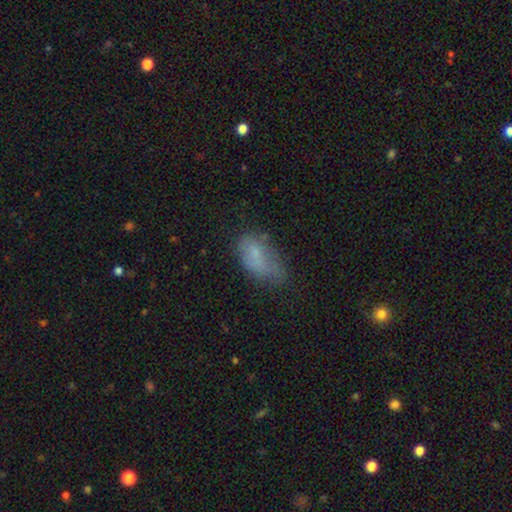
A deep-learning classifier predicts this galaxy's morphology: Smooth or featured? Predicted: smooth (p=0.67). How rounded? Predicted: in between (p=0.89). Merging? Predicted: none (p=0.39).